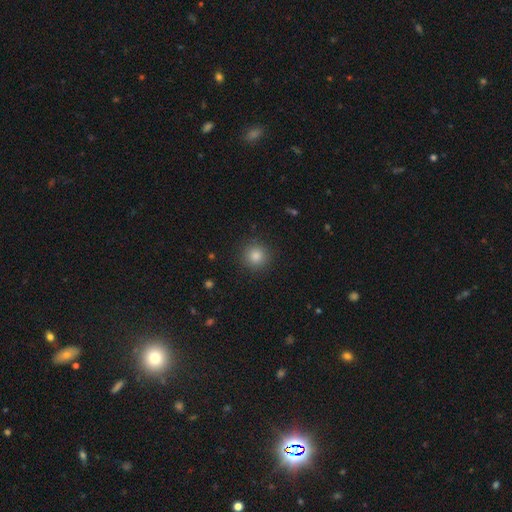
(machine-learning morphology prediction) This is clearly a smooth galaxy (82%). How rounded: clearly round (95%). Merging: clearly none (92%).